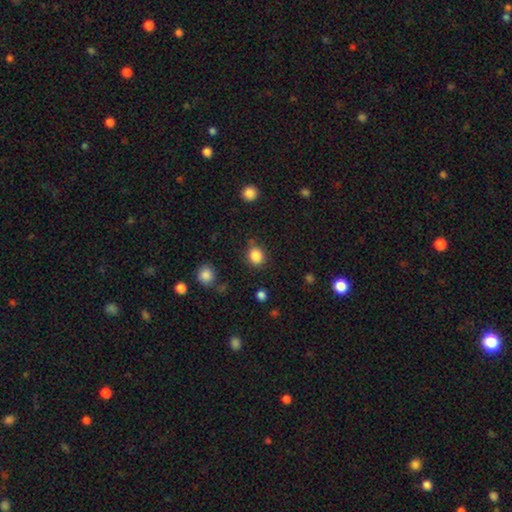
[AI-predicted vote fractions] smooth_or_featured: smooth (p=0.86) [alt: star or artifact p=0.10]
how_rounded: round (p=0.76) [alt: in between p=0.23]
merging: none (p=0.79) [alt: minor disturbance p=0.14]